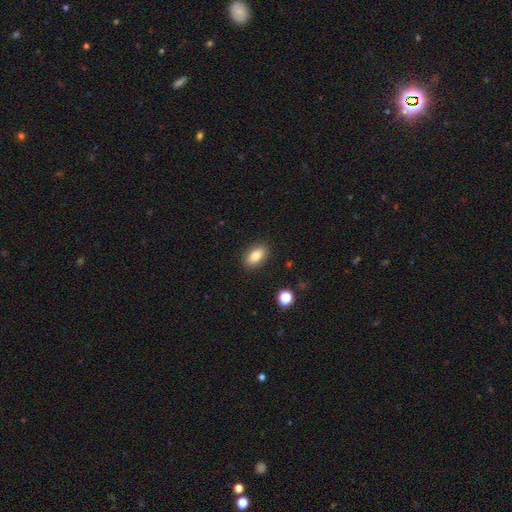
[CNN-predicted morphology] The model was most divided on "smooth or featured": smooth: 82%, featured or disk: 10%, star or artifact: 8%. More confident: merging — none (88%); how rounded — in between (88%).